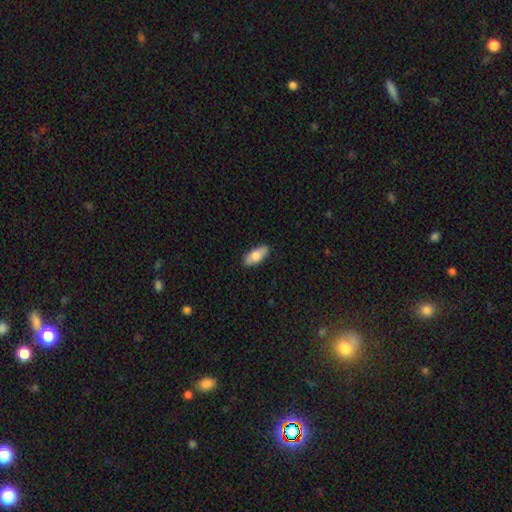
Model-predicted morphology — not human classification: smooth-or-featured: smooth: 75% | featured or disk: 19% | star or artifact: 6%
  how-rounded: in between: 84% | cigar-shaped: 13% | round: 2%
  merging: none: 86% | minor disturbance: 11% | major disturbance: 2% | merger: 1%